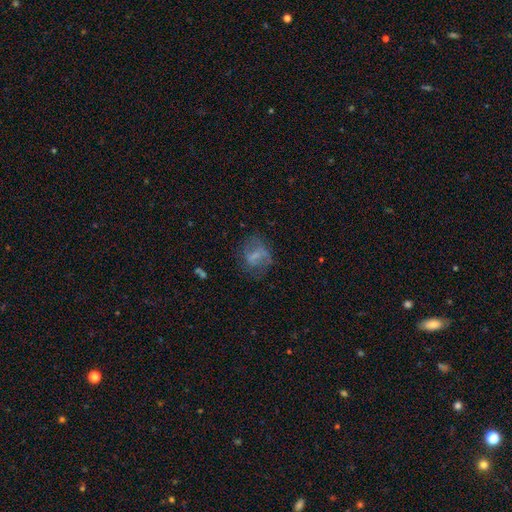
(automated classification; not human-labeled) This appears to be a smooth galaxy with no disk features (48%). Merging: none (52%).